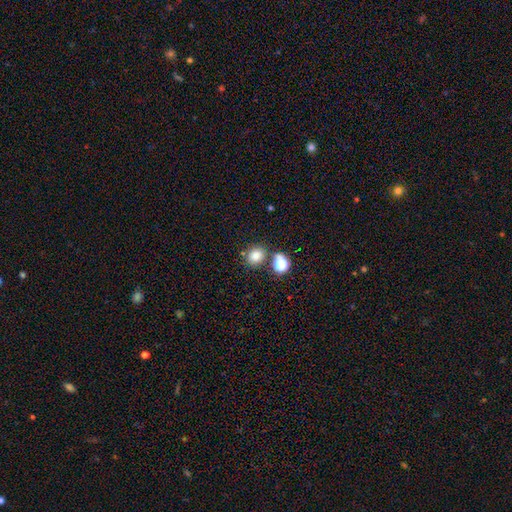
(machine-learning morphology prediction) A smooth galaxy with no disk features (79%) that is round (74%).

Vote fractions:
- Smooth or featured? smooth: 79% / star or artifact: 16% / featured or disk: 6%
- How rounded? round: 74% / in between: 25% / cigar-shaped: 1%
- Merging? none: 72% / merger: 15% / minor disturbance: 10% / major disturbance: 3%